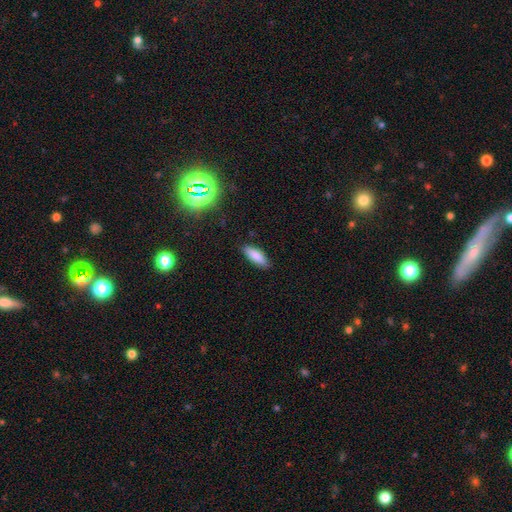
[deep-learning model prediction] Smooth or featured?
  - smooth: 84% *
  - featured or disk: 9%
  - star or artifact: 8%
How rounded?
  - in between: 58% *
  - cigar-shaped: 40%
  - round: 2%
Merging?
  - none: 86% *
  - minor disturbance: 10%
  - major disturbance: 2%
  - merger: 1%